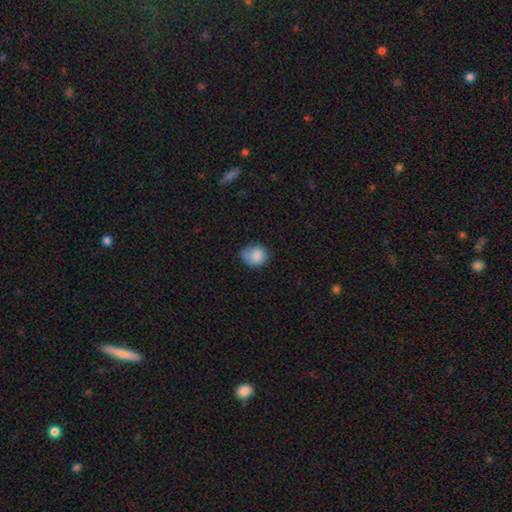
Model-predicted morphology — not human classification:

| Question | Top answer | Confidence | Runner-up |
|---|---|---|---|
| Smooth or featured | smooth | 85% | star or artifact (8%) |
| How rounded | round | 62% | in between (37%) |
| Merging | none | 57% | minor disturbance (33%) |